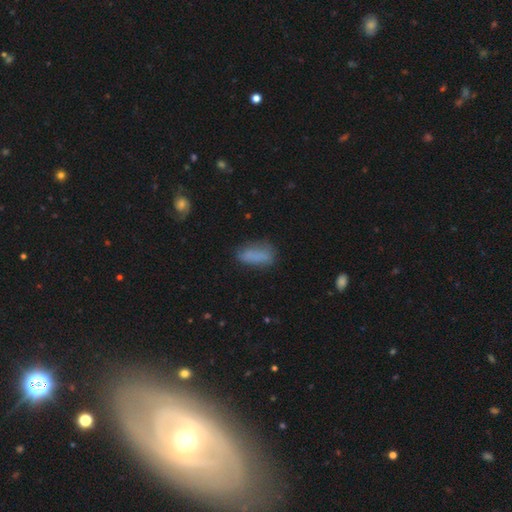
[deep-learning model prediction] This is likely a smooth galaxy (80%). How rounded: likely in between (72%). Merging: likely none (62%).